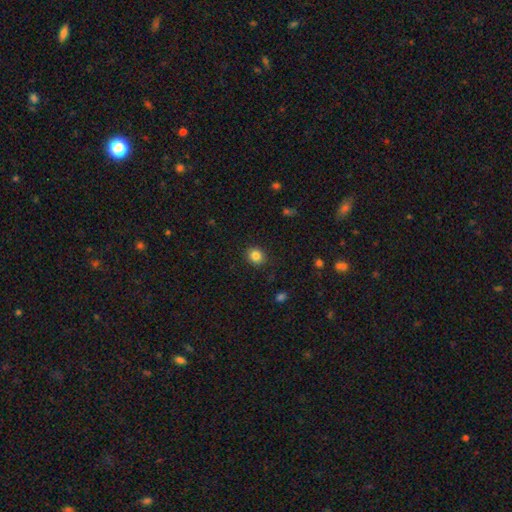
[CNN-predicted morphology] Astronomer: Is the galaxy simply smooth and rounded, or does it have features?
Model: smooth — 85%.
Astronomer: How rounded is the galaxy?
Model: round — 74%.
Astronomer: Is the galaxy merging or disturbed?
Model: none — 89%.